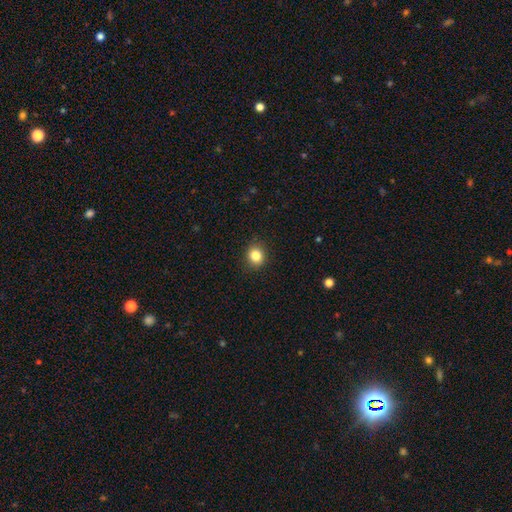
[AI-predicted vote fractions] Smooth or featured? Predicted: smooth (p=0.83). How rounded? Predicted: round (p=0.78). Merging? Predicted: none (p=0.90).